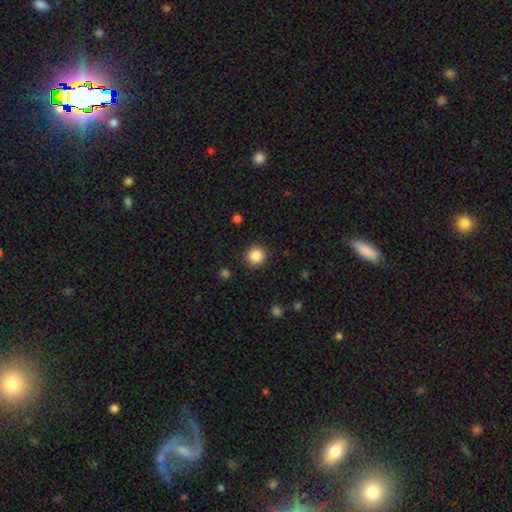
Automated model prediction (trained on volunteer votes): smooth 86%, star or artifact 10%, featured or disk 4%. Down the decision tree: how rounded — round (94%); merging — none (91%).